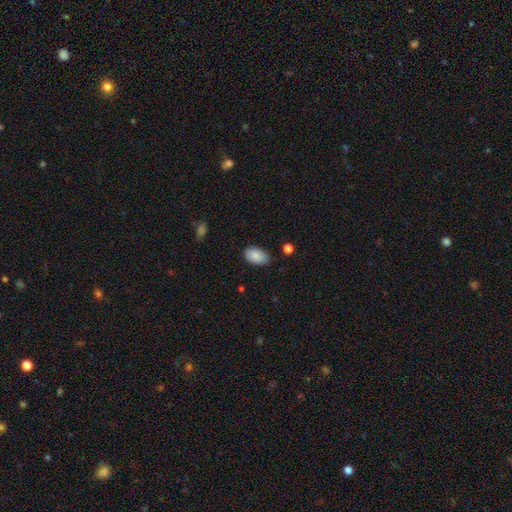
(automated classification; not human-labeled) smooth-or-featured: smooth: 88% | star or artifact: 7% | featured or disk: 5%
  how-rounded: in between: 92% | round: 7% | cigar-shaped: 1%
  merging: none: 77% | minor disturbance: 18% | major disturbance: 3% | merger: 1%